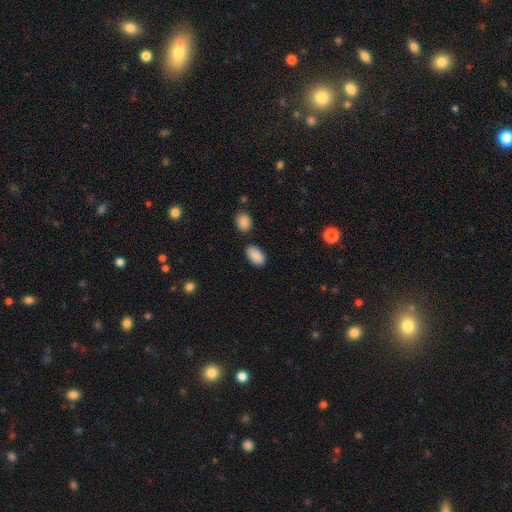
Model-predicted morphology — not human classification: Smooth or featured? smooth (90%)
How rounded? in between (94%)
Merging? none (81%)